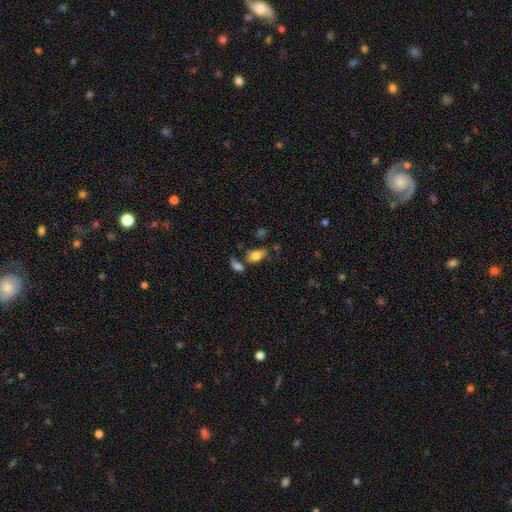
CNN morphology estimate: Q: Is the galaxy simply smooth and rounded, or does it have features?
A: smooth — 75%.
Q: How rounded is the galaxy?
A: in between — 87%.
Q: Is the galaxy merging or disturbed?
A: none — 51%.